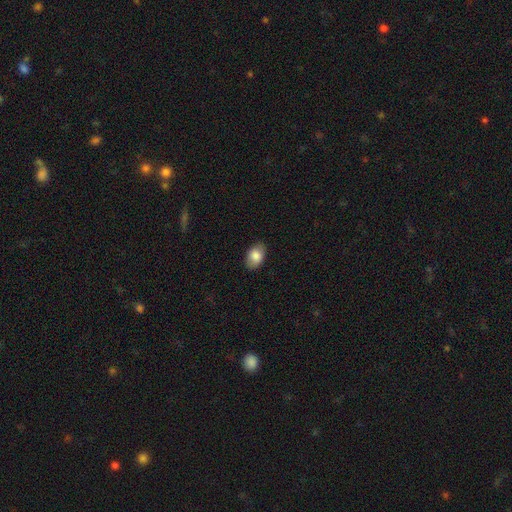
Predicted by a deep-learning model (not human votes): A smooth galaxy with no disk features (84%) that is in between round and cigar-shaped (86%).

Vote fractions:
- Smooth or featured? smooth: 84% / featured or disk: 9% / star or artifact: 7%
- How rounded? in between: 86% / round: 13% / cigar-shaped: 1%
- Merging? none: 84% / minor disturbance: 12% / major disturbance: 2% / merger: 1%